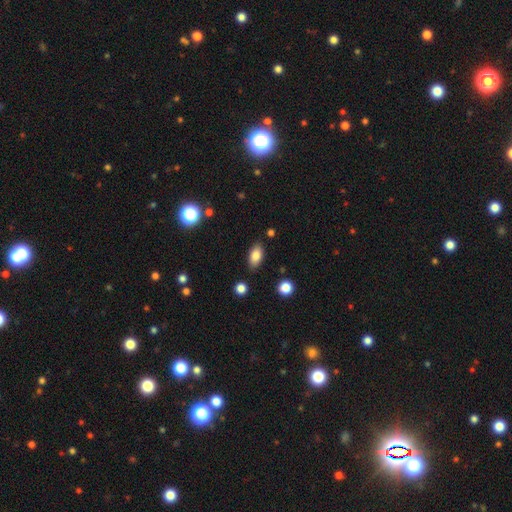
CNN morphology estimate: A smooth galaxy with no disk features (82%) that is in between round and cigar-shaped (90%).

Vote fractions:
- Smooth or featured? smooth: 82% / featured or disk: 10% / star or artifact: 9%
- How rounded? in between: 90% / round: 6% / cigar-shaped: 5%
- Merging? none: 85% / minor disturbance: 10% / merger: 2% / major disturbance: 2%